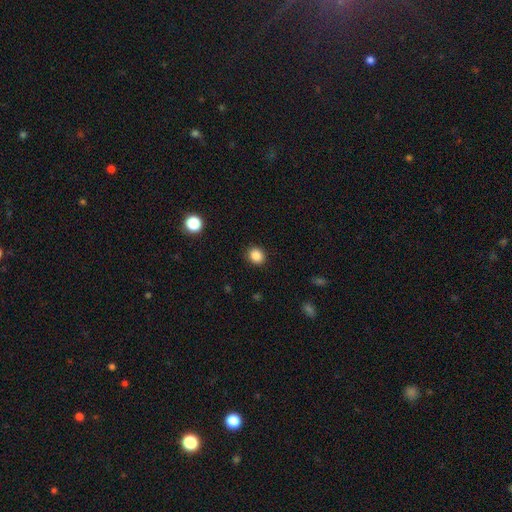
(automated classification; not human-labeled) Smooth or featured? Predicted: smooth (p=0.87). How rounded? Predicted: round (p=0.70). Merging? Predicted: none (p=0.90).